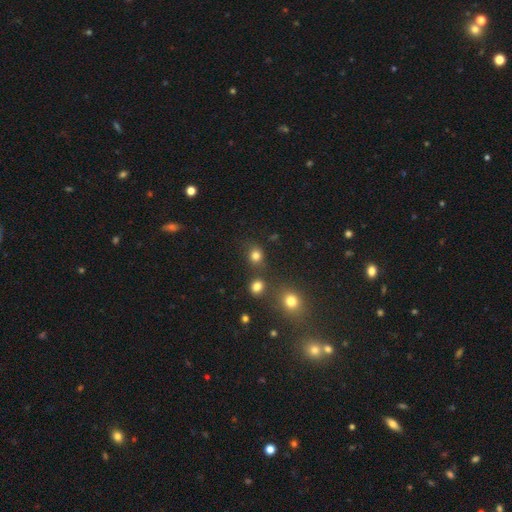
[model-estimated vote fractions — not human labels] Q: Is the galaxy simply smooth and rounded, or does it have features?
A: smooth — 79%.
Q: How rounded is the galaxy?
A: round — 76%.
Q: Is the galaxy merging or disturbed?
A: none — 76%.